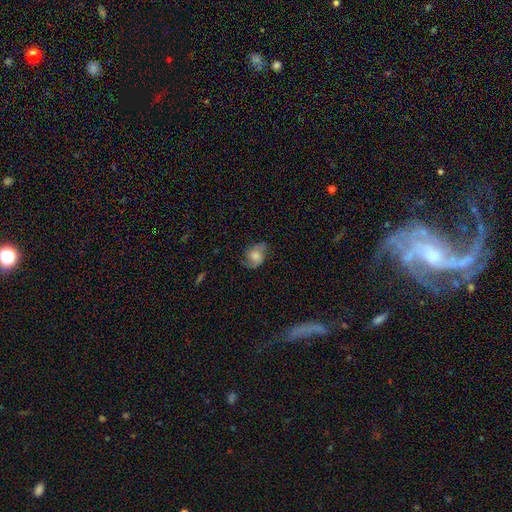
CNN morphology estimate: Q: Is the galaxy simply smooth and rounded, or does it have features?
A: smooth — 50%.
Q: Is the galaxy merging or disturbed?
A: none — 64%.